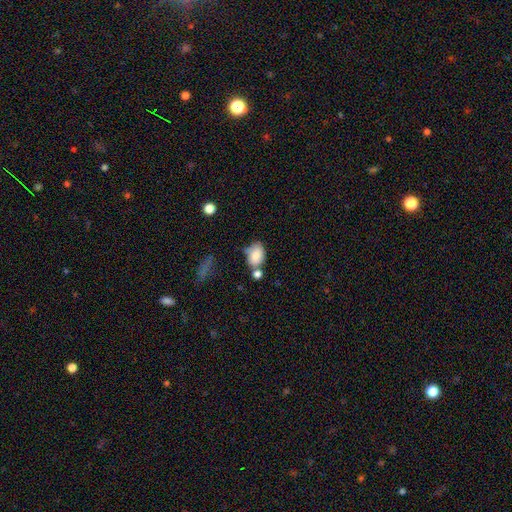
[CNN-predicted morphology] Q: Smooth or featured?
A: smooth (82%); runner-up: featured or disk (10%)
Q: How rounded?
A: in between (81%); runner-up: round (17%)
Q: Merging?
A: none (45%); runner-up: minor disturbance (24%)